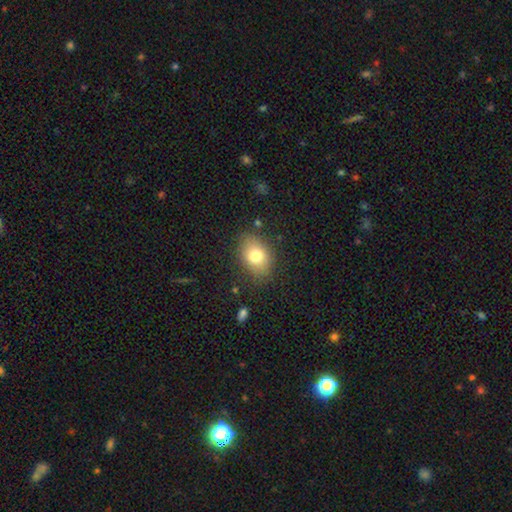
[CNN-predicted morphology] Smooth or featured? smooth (77%)
How rounded? in between (68%)
Merging? none (80%)